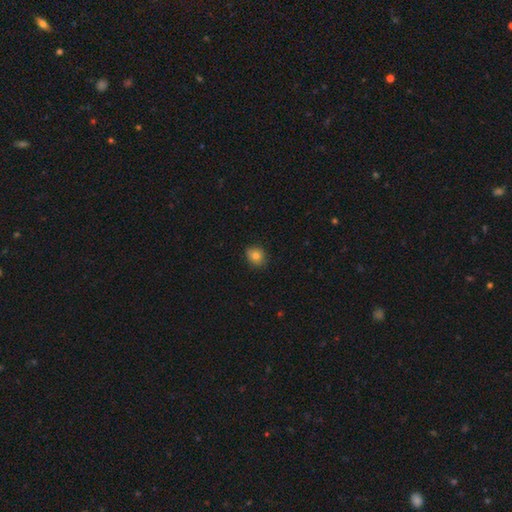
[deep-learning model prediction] Morphology: type=smooth (79%); roundness=round (70%); merging=none (85%).